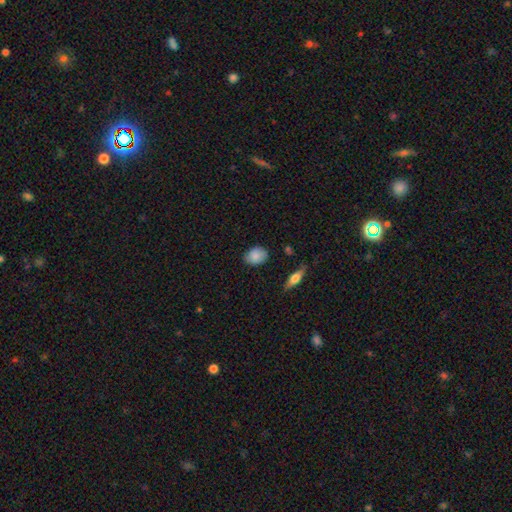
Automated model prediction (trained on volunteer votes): Smooth or featured?
  - smooth: 84% *
  - featured or disk: 9%
  - star or artifact: 7%
How rounded?
  - in between: 60% *
  - round: 38%
  - cigar-shaped: 2%
Merging?
  - none: 82% *
  - minor disturbance: 14%
  - major disturbance: 2%
  - merger: 1%